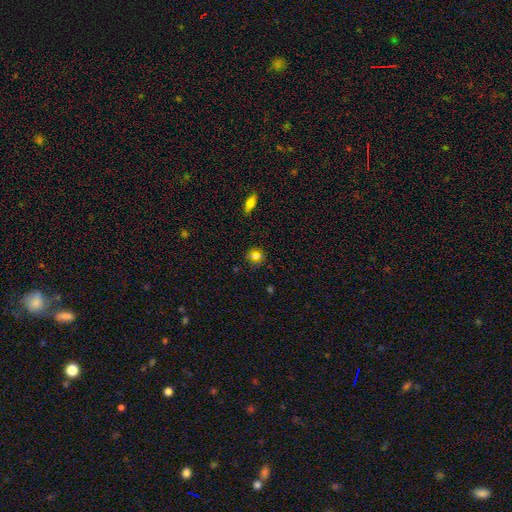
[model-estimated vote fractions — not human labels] smooth 56%, star or artifact 31%, featured or disk 13%. Down the decision tree: how rounded — round (68%); merging — none (86%).